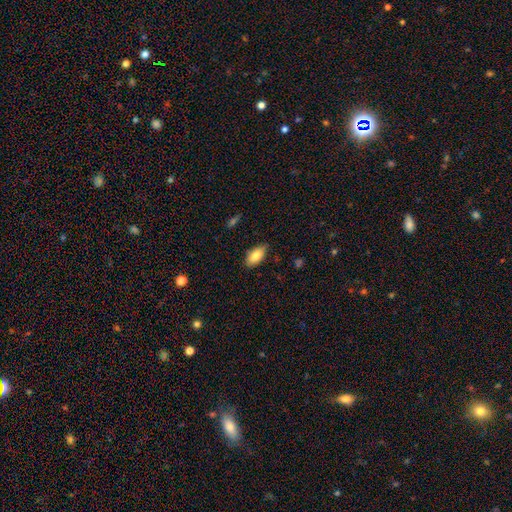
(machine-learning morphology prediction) Q: Smooth or featured?
A: smooth (81%); runner-up: featured or disk (12%)
Q: How rounded?
A: in between (91%); runner-up: cigar-shaped (6%)
Q: Merging?
A: none (75%); runner-up: minor disturbance (21%)